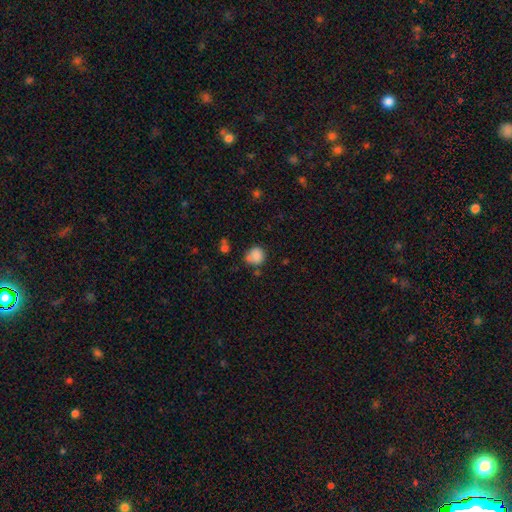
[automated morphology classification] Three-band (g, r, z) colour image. It shows a smooth galaxy with no disk features (84%) that is round (78%). Merging: none (58%).